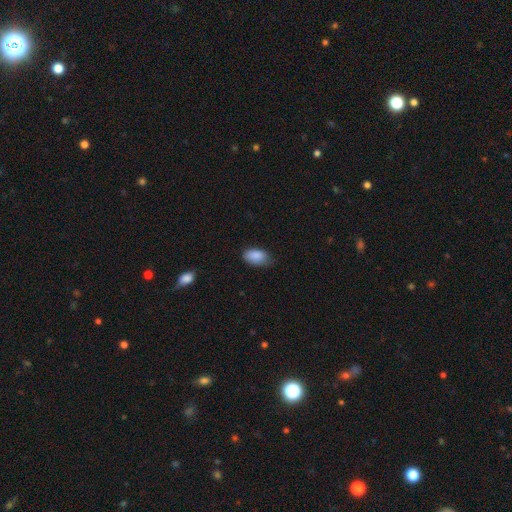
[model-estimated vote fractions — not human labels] smooth_or_featured: smooth (p=0.88) [alt: star or artifact p=0.07]
how_rounded: in between (p=0.93) [alt: round p=0.05]
merging: none (p=0.64) [alt: minor disturbance p=0.30]